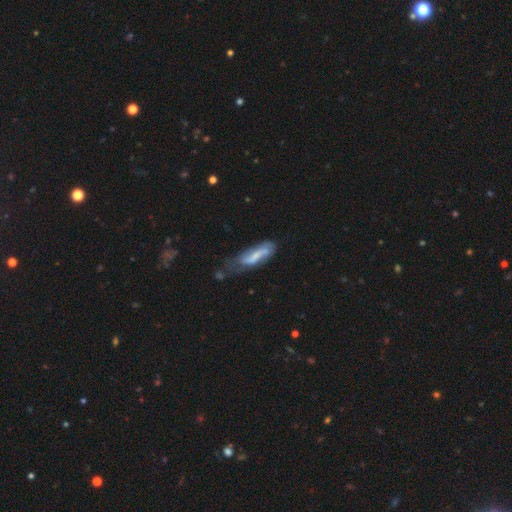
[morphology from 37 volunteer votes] Volunteers were most divided on "smooth or featured": featured or disk: 51%, smooth: 43%, star or artifact: 5%. Remaining: edge-on disk — no (95%); spiral arm count — 2 (93%); spiral winding — loose (79%); spiral arms — yes (78%); bulge size — small (56%); bar — weak (50%); merging — minor disturbance (40%).